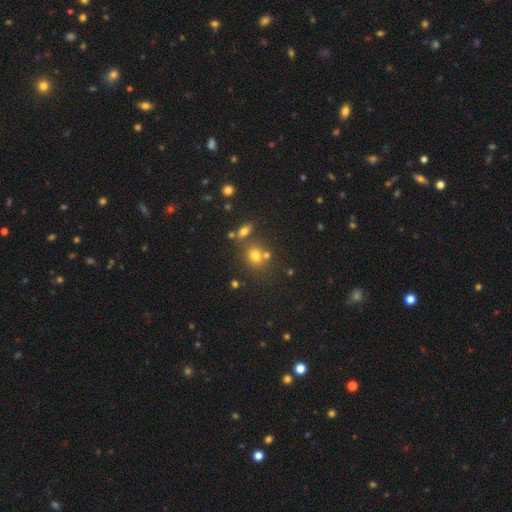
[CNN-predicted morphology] smooth-or-featured: smooth: 70% | star or artifact: 19% | featured or disk: 11%
  how-rounded: round: 72% | in between: 27% | cigar-shaped: 1%
  merging: none: 58% | merger: 26% | minor disturbance: 11% | major disturbance: 5%